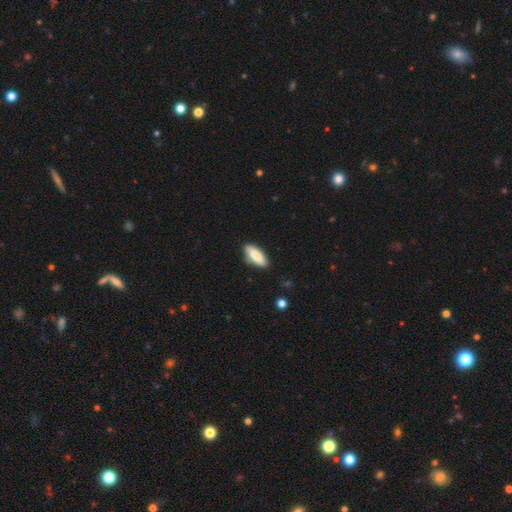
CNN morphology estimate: Overall: smooth (82%). How rounded: in between (65%; cigar-shaped 33%). Merging: none (82%).